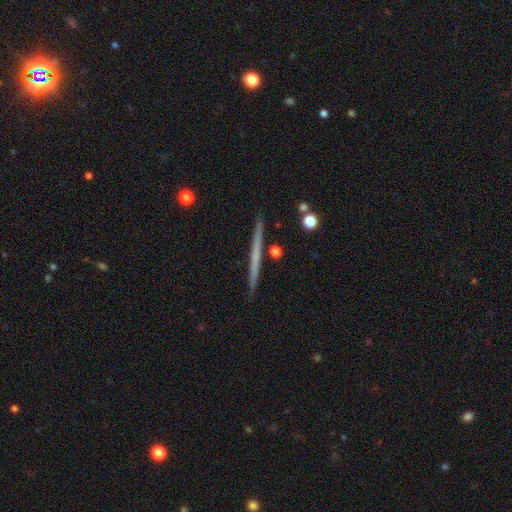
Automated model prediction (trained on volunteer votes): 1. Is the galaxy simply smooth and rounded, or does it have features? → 56% featured or disk, 39% smooth, 6% star or artifact.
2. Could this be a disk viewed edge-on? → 98% yes, 2% no.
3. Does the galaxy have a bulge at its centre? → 90% none, 7% rounded, 3% boxy.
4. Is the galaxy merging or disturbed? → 91% none, 6% minor disturbance, 2% merger, 1% major disturbance.